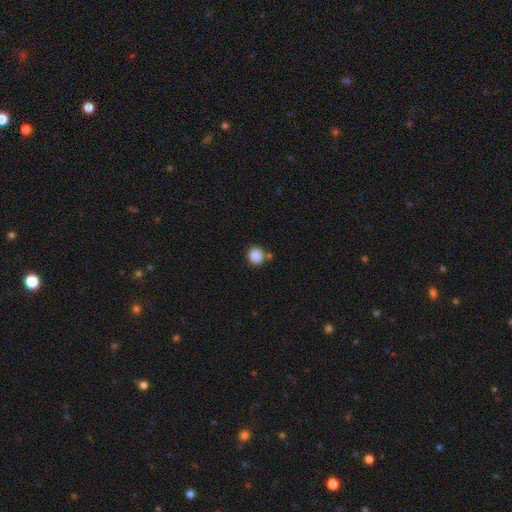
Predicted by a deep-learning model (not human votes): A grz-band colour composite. It shows a smooth galaxy with no disk features (88%) that is round (84%). Merging: none (77%).